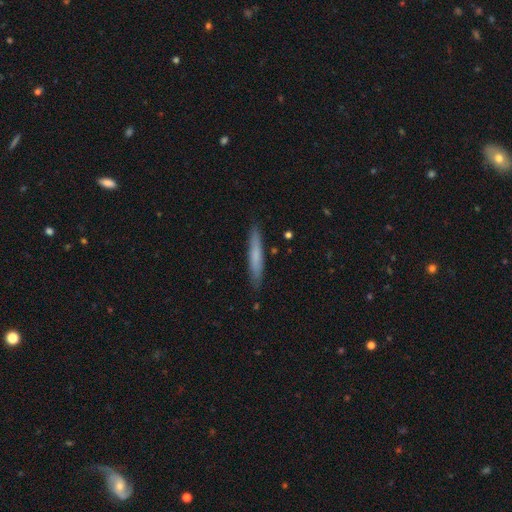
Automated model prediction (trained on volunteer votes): Overall: smooth (68%). How rounded: cigar-shaped (94%). Merging: none (88%).